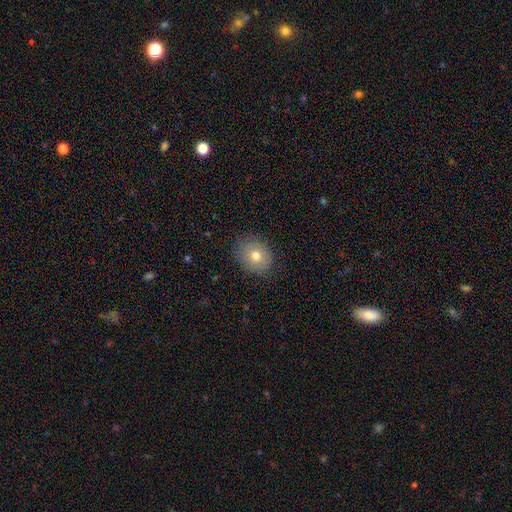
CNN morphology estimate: The model was most divided on "how rounded": round: 53%, in between: 46%, cigar-shaped: 1%. More confident: merging — none (84%); smooth or featured — smooth (75%).